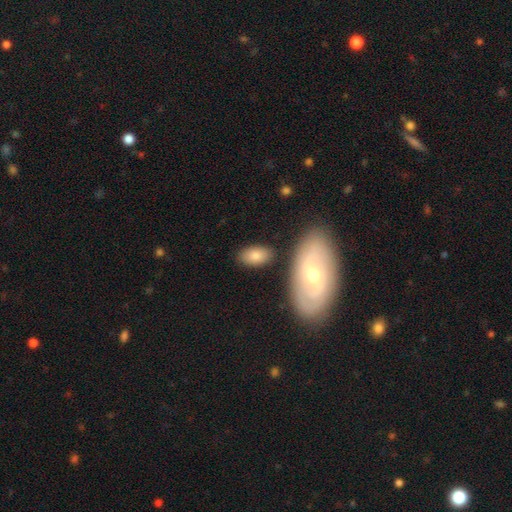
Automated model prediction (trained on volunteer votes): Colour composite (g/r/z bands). It shows a smooth galaxy with no disk features (80%) that is in between round and cigar-shaped (93%). Merging: none (80%).